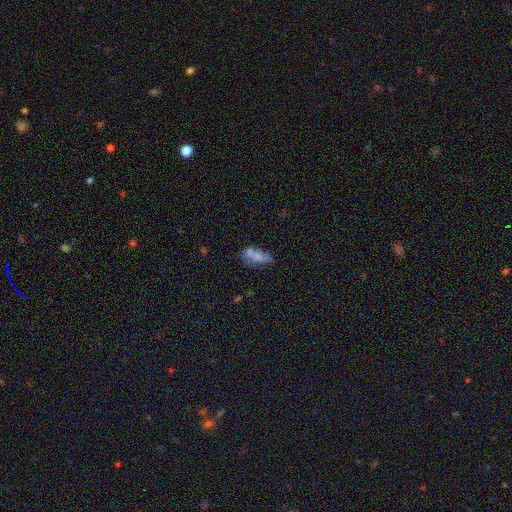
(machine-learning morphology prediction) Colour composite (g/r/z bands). It shows a smooth galaxy with no disk features (61%) that is in between round and cigar-shaped (78%). Merging: none (37%).